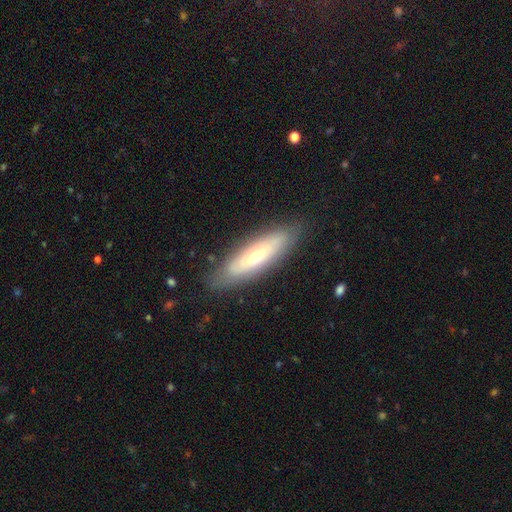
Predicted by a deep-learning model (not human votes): smooth_or_featured: featured or disk (p=0.47) [alt: smooth p=0.46]
merging: none (p=0.82) [alt: minor disturbance p=0.13]